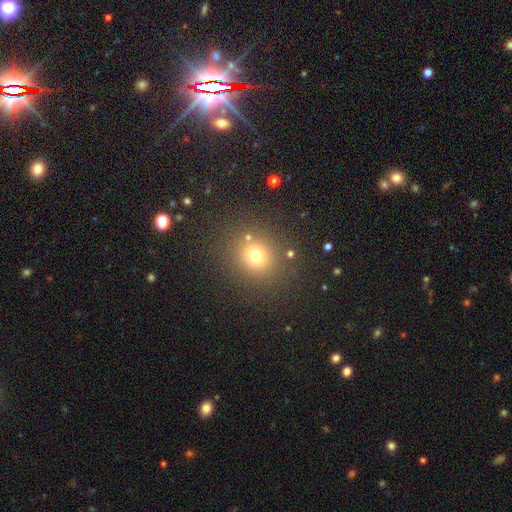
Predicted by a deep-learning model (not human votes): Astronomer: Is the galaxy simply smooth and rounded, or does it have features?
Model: smooth — 71%.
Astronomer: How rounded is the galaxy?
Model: round — 82%.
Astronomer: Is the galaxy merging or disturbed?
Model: none — 82%.